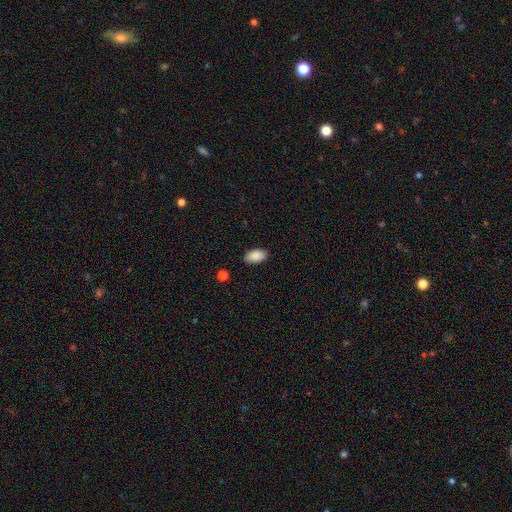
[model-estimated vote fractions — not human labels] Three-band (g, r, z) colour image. It shows a smooth galaxy with no disk features (89%) that is in between round and cigar-shaped (94%). Merging: none (87%).